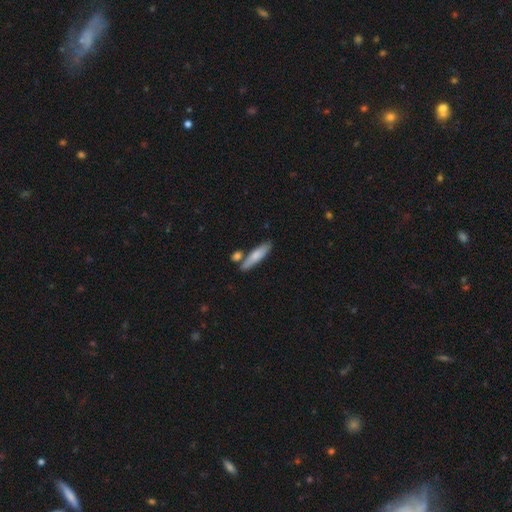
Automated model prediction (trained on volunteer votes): Morphology: type=smooth (75%); roundness=cigar-shaped (75%); merging=none (72%).